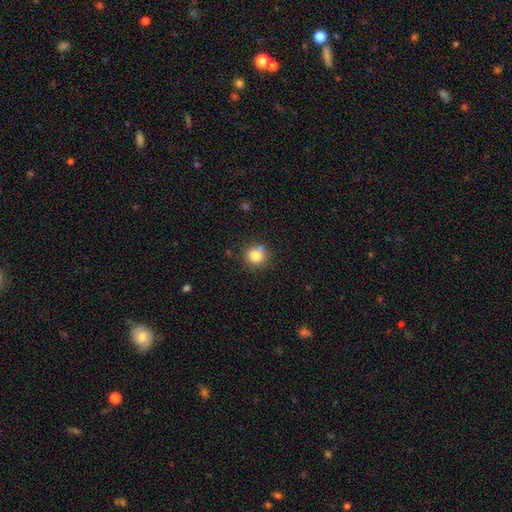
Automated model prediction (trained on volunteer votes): smooth 82%, star or artifact 11%, featured or disk 7%. Down the decision tree: how rounded — round (91%); merging — none (75%).